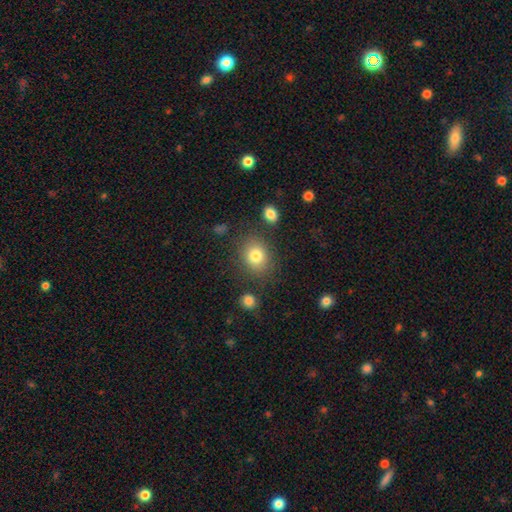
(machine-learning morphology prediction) A smooth galaxy with no disk features (81%) that is round (57%).

Vote fractions:
- Smooth or featured? smooth: 81% / star or artifact: 10% / featured or disk: 9%
- How rounded? round: 57% / in between: 42% / cigar-shaped: 1%
- Merging? none: 80% / minor disturbance: 12% / major disturbance: 4% / merger: 4%